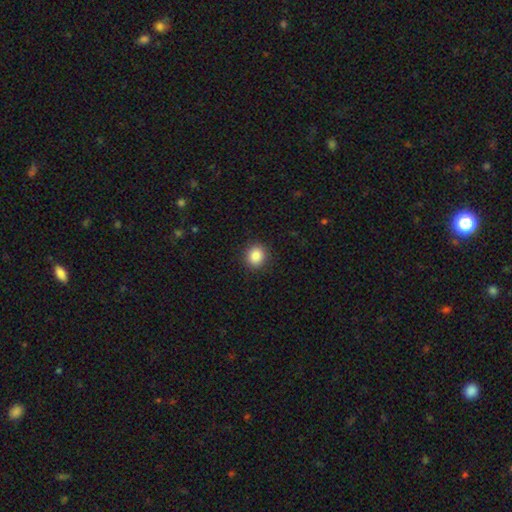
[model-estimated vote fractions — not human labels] Smooth or featured?
  - smooth: 87% *
  - star or artifact: 9%
  - featured or disk: 4%
How rounded?
  - round: 76% *
  - in between: 23%
  - cigar-shaped: 1%
Merging?
  - none: 90% *
  - minor disturbance: 7%
  - major disturbance: 2%
  - merger: 1%